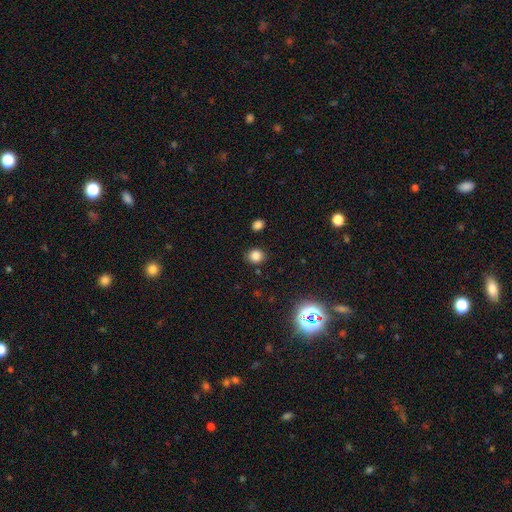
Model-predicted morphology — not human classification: This appears to be a smooth galaxy with no disk features (81%) that is round (78%). Merging: none (86%).